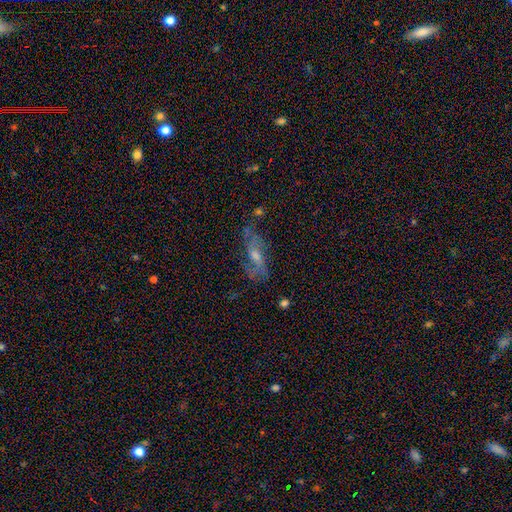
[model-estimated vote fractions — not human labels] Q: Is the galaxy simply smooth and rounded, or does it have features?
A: featured or disk — 61%.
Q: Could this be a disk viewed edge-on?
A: no — 75%.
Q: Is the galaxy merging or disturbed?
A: none — 61%.